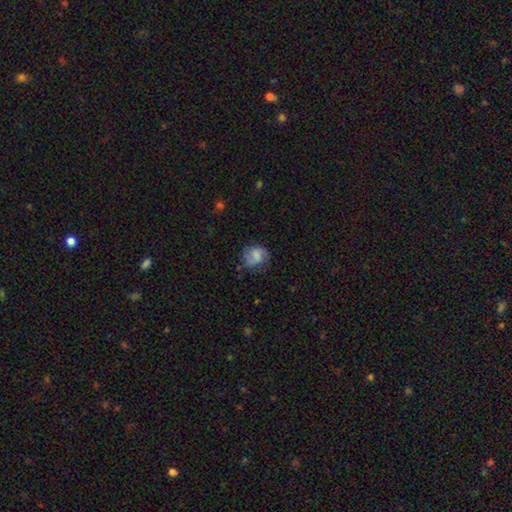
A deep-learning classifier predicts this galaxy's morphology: Smooth or featured?
  - smooth: 61% *
  - featured or disk: 31%
  - star or artifact: 9%
How rounded?
  - round: 71% *
  - in between: 28%
  - cigar-shaped: 1%
Merging?
  - none: 66% *
  - minor disturbance: 23%
  - major disturbance: 9%
  - merger: 2%